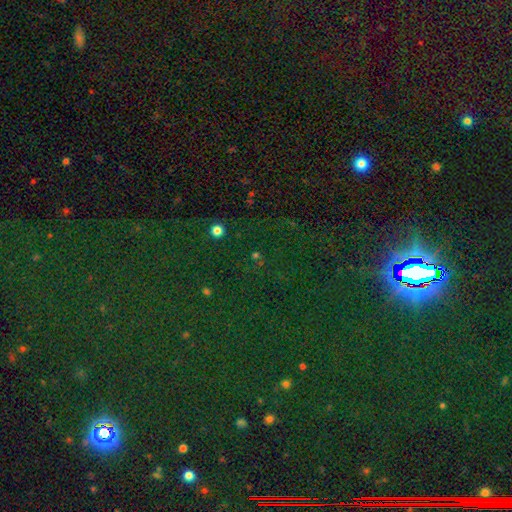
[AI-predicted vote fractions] Smooth or featured: star or artifact — 69% (smooth — 23%)